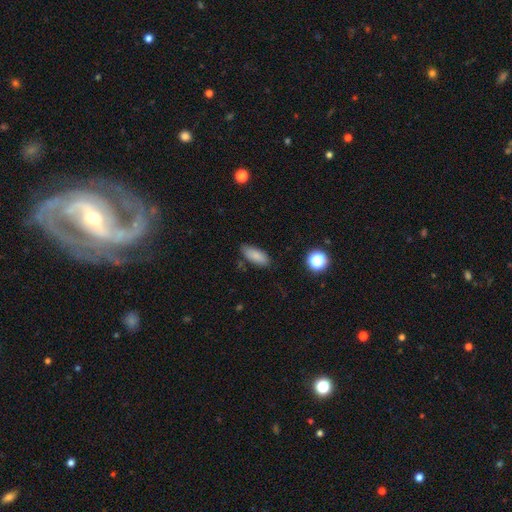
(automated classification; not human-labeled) Smooth or featured: smooth — 85% (star or artifact — 8%)
How rounded: in between — 82% (cigar-shaped — 16%)
Merging: none — 81% (minor disturbance — 14%)